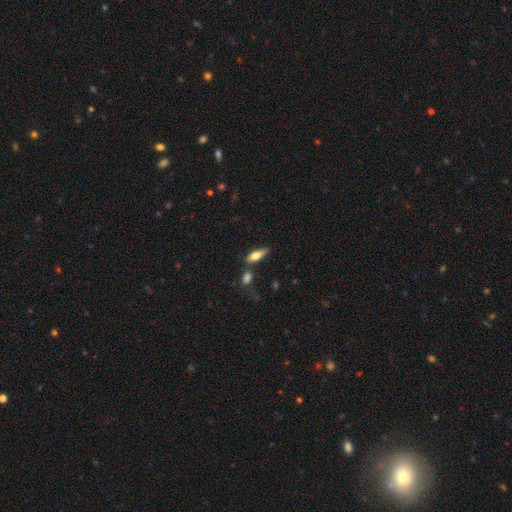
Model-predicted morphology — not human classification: This is likely a smooth galaxy (62%). How rounded: likely in between (60%). Merging: likely none (68%).